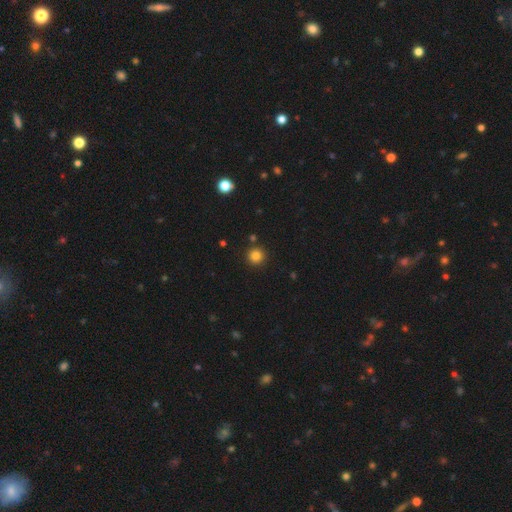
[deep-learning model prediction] Smooth or featured?
  - smooth: 83% *
  - star or artifact: 13%
  - featured or disk: 5%
How rounded?
  - round: 95% *
  - in between: 4%
  - cigar-shaped: 1%
Merging?
  - none: 90% *
  - minor disturbance: 5%
  - merger: 3%
  - major disturbance: 2%